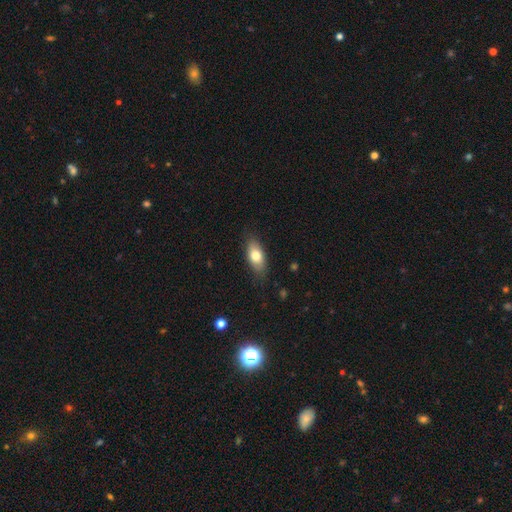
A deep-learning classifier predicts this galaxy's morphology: Overall: smooth (77%). How rounded: in between (85%). Merging: none (82%).